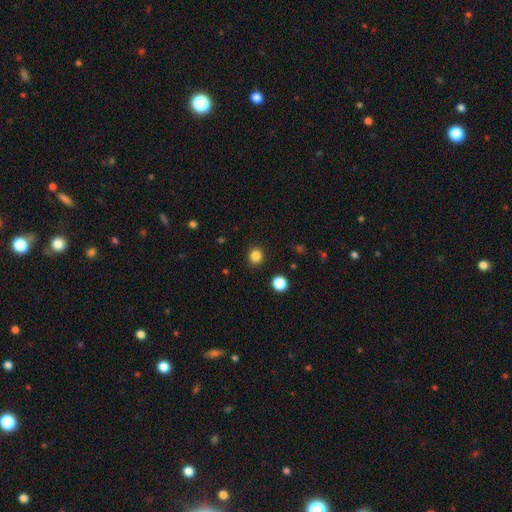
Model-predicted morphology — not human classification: A smooth galaxy with no disk features (84%) that is round (86%). Merging: none (91%).